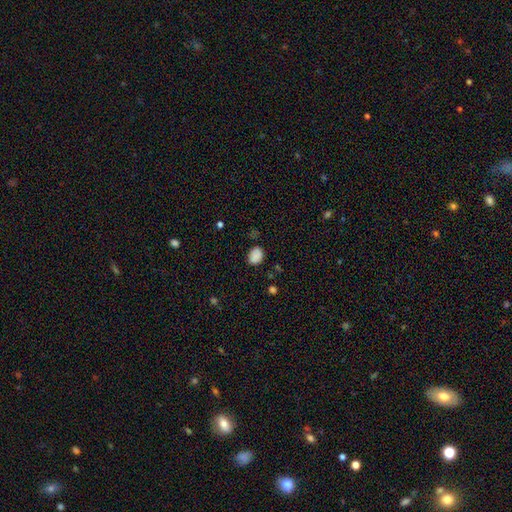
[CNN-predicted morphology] This appears to be a smooth galaxy with no disk features (85%) that is in between round and cigar-shaped (63%). Merging: none (74%).